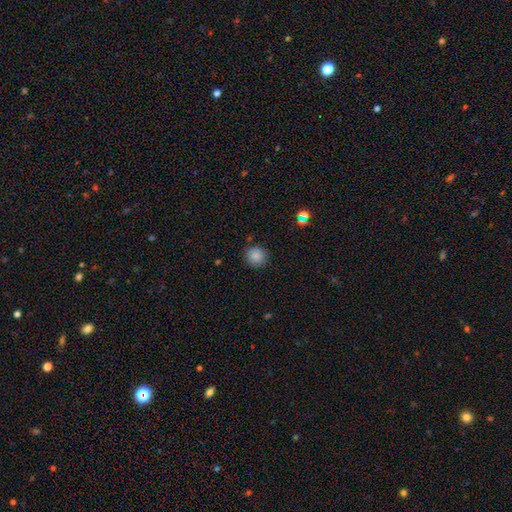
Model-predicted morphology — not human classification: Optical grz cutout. It shows a smooth galaxy with no disk features (86%) that is round (92%). Merging: none (86%).